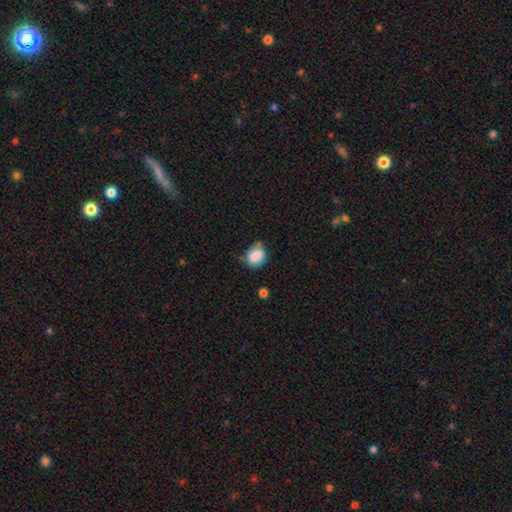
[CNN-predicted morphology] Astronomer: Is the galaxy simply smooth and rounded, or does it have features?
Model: smooth — 85%.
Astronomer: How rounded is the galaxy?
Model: round — 54% (runner-up: in between, 45%).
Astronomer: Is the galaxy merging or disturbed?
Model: none — 63%.